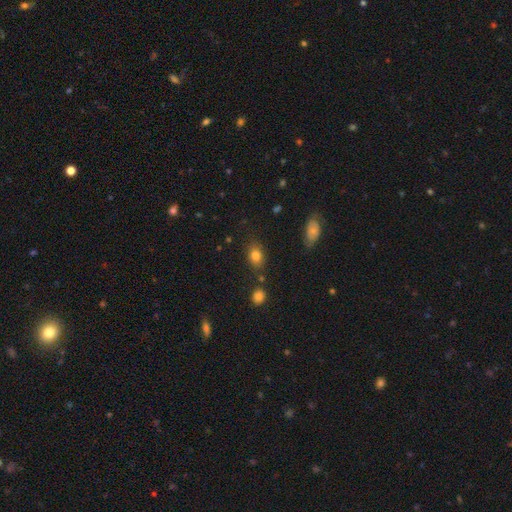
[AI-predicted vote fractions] The model was most divided on "how rounded": in between: 75%, round: 23%, cigar-shaped: 2%. More confident: smooth or featured — smooth (80%); merging — none (76%).